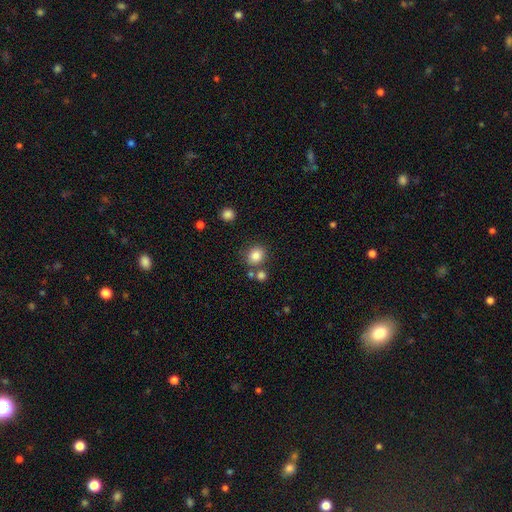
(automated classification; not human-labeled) smooth_or_featured: smooth (p=0.83) [alt: star or artifact p=0.11]
how_rounded: round (p=0.77) [alt: in between p=0.23]
merging: none (p=0.73) [alt: merger p=0.13]